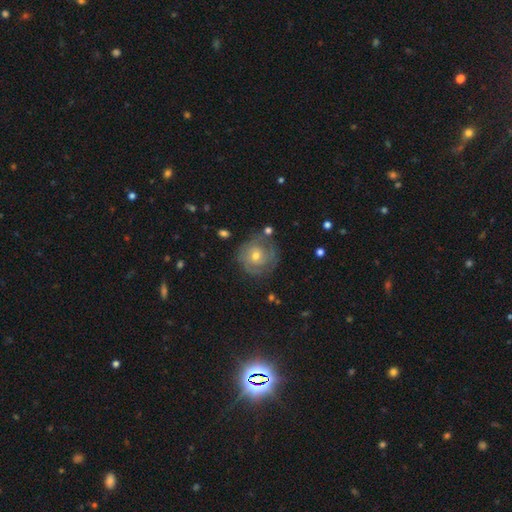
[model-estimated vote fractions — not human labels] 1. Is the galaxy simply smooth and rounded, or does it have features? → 62% featured or disk, 30% smooth, 8% star or artifact.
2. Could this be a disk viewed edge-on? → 97% no, 3% yes.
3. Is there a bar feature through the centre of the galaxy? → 73% no, 23% weak, 4% strong.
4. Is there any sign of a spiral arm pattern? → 78% yes, 22% no.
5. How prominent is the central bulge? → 60% moderate, 35% small, 3% large, 1% none, 1% dominant.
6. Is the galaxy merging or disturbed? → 67% none, 20% minor disturbance, 9% major disturbance, 3% merger.